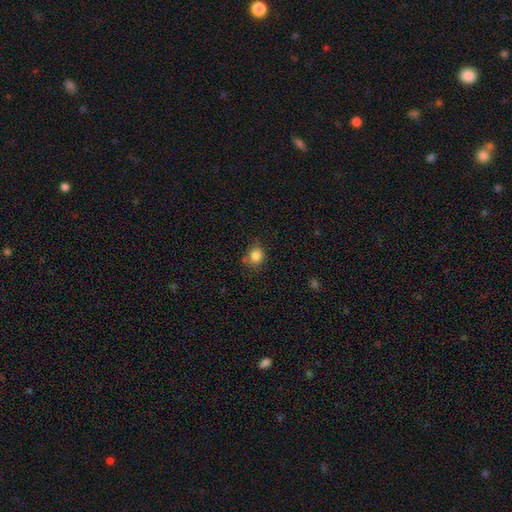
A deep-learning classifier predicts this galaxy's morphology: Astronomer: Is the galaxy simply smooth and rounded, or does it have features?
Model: smooth — 84%.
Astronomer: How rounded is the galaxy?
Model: round — 74%.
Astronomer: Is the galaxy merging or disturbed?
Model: none — 69%.